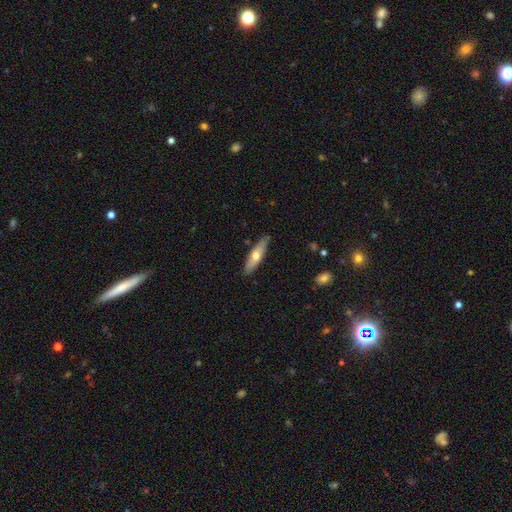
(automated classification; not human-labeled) Q: Smooth or featured?
A: smooth (55%); runner-up: featured or disk (40%)
Q: How rounded?
A: cigar-shaped (69%); runner-up: in between (29%)
Q: Merging?
A: none (85%); runner-up: minor disturbance (12%)